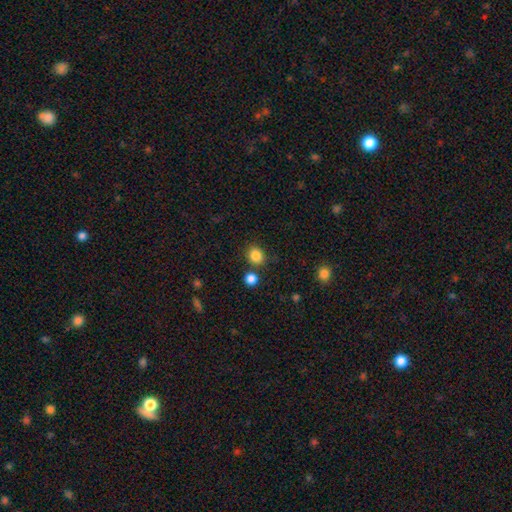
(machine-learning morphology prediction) Q: Smooth or featured?
A: smooth (85%); runner-up: star or artifact (11%)
Q: How rounded?
A: round (75%); runner-up: in between (24%)
Q: Merging?
A: none (78%); runner-up: minor disturbance (9%)